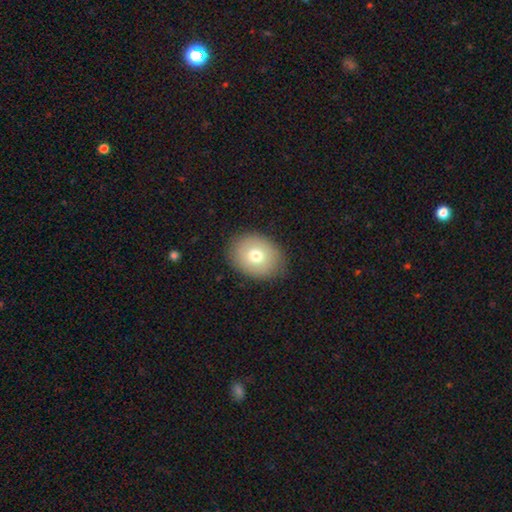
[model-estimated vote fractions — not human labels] Q: Smooth or featured?
A: smooth (74%); runner-up: featured or disk (17%)
Q: How rounded?
A: in between (54%); runner-up: round (46%)
Q: Merging?
A: none (85%); runner-up: minor disturbance (11%)